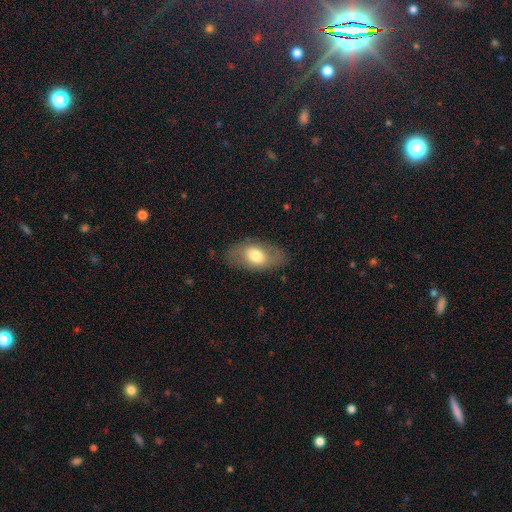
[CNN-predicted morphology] The model was most divided on "smooth or featured": smooth: 65%, featured or disk: 28%, star or artifact: 7%. More confident: how rounded — in between (91%); merging — none (80%).